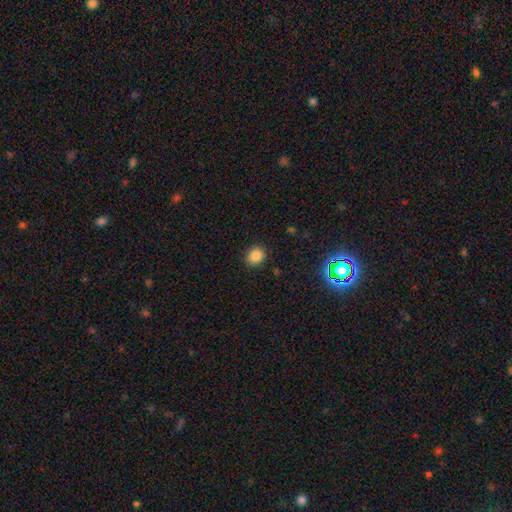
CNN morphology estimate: A smooth galaxy with no disk features (85%) that is round (58%). Merging: none (88%).